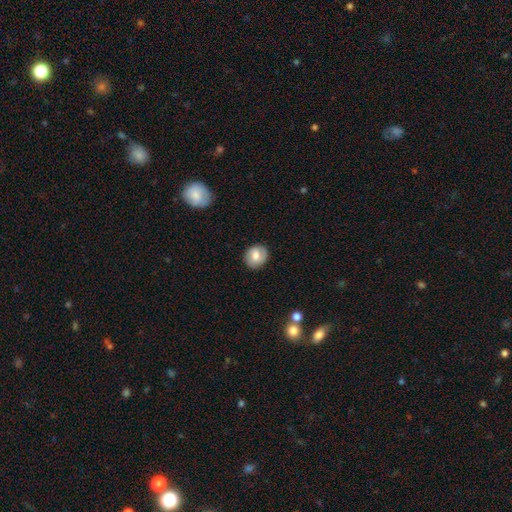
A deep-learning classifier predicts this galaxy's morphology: This appears to be a smooth galaxy with no disk features (68%) that is round (74%). Merging: none (85%).